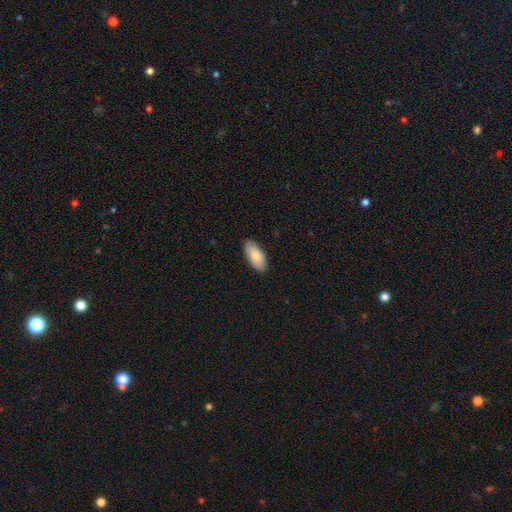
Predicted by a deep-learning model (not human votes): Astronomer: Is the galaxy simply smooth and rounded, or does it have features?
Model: smooth — 86%.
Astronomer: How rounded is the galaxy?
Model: in between — 88%.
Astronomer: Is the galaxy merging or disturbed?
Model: none — 89%.